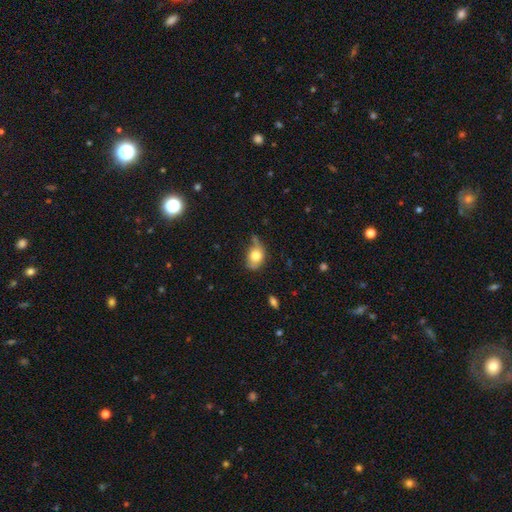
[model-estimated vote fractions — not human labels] Smooth or featured? smooth (74%)
How rounded? in between (69%)
Merging? none (40%)